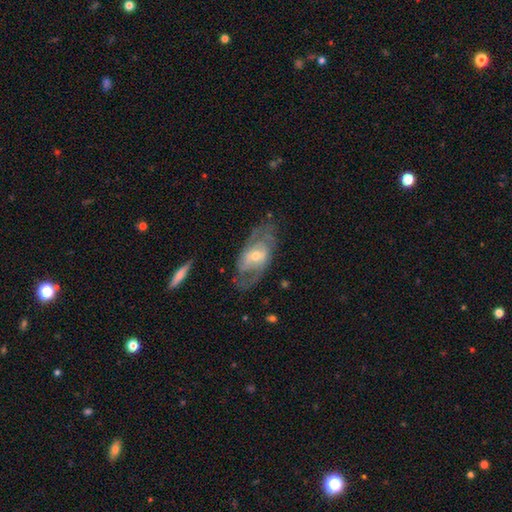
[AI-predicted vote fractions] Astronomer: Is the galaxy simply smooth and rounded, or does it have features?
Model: featured or disk — 81%.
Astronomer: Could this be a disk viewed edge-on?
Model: no — 93%.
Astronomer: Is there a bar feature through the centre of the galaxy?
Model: no — 43% (runner-up: weak, 42%).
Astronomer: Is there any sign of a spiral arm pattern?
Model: yes — 88%.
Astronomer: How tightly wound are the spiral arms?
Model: medium — 45% (runner-up: tight, 37%).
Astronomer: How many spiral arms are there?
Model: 2 — 65%.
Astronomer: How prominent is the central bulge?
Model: moderate — 52% (runner-up: small, 43%).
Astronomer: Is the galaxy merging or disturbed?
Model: none — 68%.